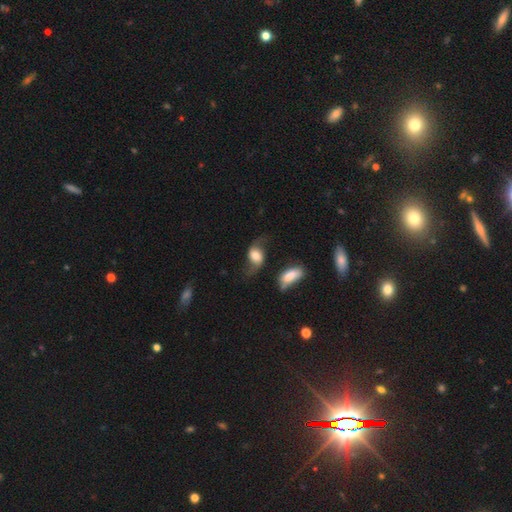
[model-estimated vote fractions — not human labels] The model was most divided on "bar": no: 43%, weak: 40%, strong: 17%. Remaining: edge-on disk — no (93%); spiral arms — yes (89%); smooth or featured — featured or disk (56%); merging — none (54%); bulge size — moderate (41%).